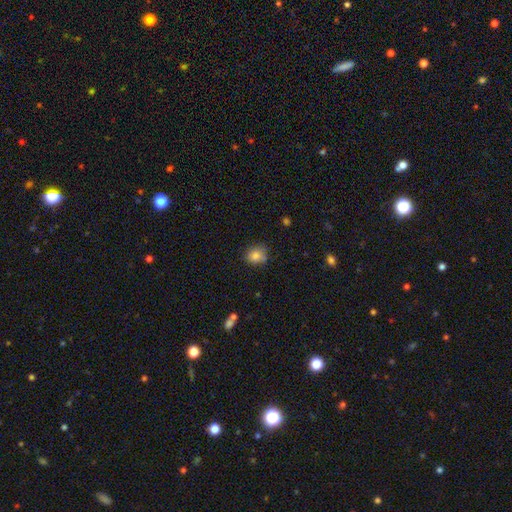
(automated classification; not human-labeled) This is clearly a smooth galaxy (82%). How rounded: likely round (68%). Merging: likely none (69%).